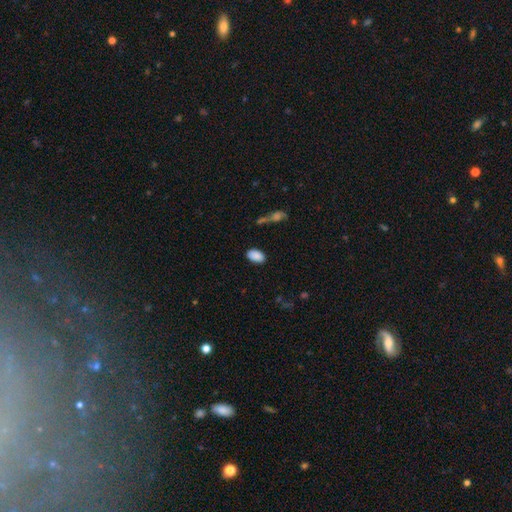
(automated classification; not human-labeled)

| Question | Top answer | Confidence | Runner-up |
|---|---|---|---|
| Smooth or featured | smooth | 88% | star or artifact (7%) |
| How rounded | in between | 93% | round (5%) |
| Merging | none | 84% | minor disturbance (10%) |